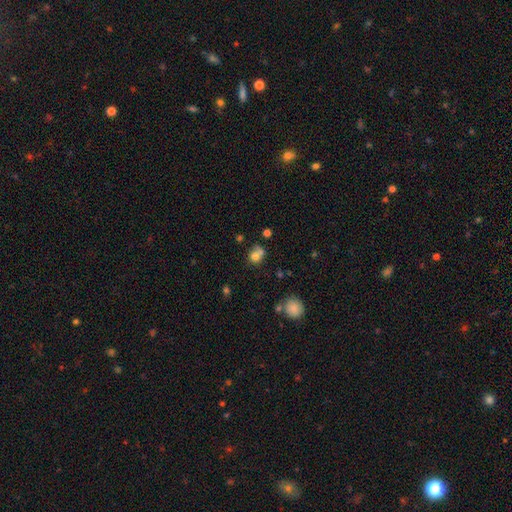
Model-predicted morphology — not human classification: A smooth galaxy with no disk features (74%) that is round (75%). Merging: none (40%).